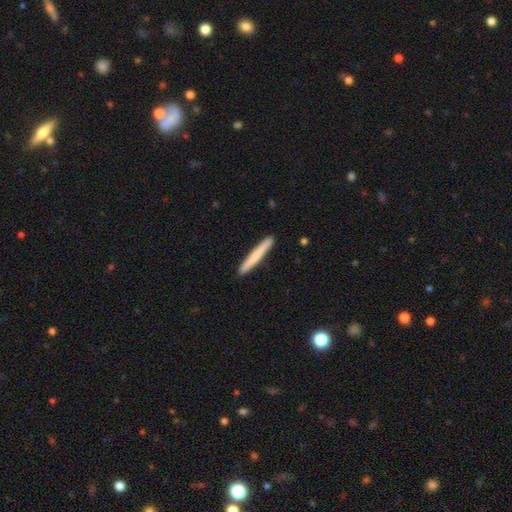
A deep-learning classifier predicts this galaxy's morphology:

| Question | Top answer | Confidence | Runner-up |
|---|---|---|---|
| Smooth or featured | smooth | 71% | featured or disk (23%) |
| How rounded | cigar-shaped | 97% | in between (2%) |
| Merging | none | 92% | minor disturbance (6%) |